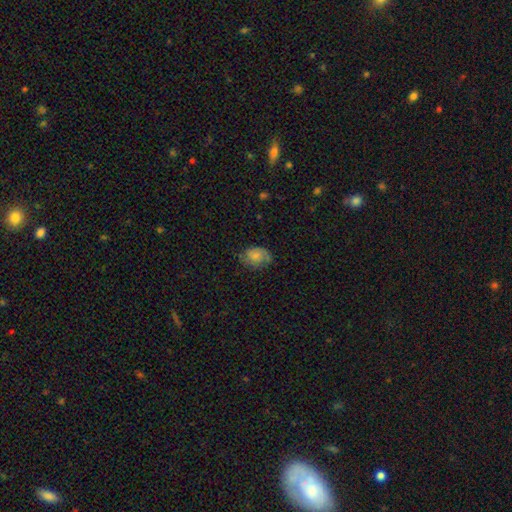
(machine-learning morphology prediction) This appears to be a smooth galaxy with no disk features (61%) that is in between round and cigar-shaped (67%). Merging: none (63%).